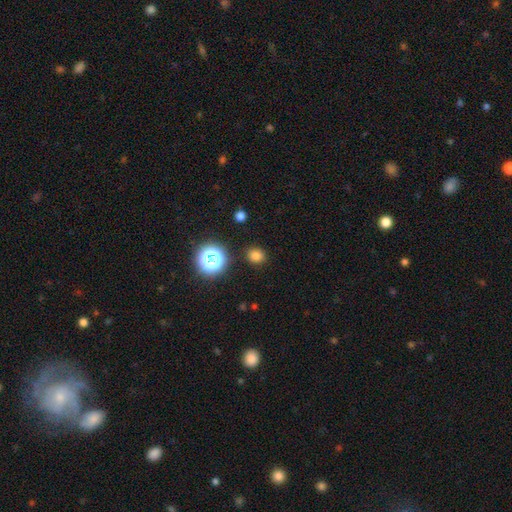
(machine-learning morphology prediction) Smooth or featured? smooth (77%)
How rounded? round (74%)
Merging? none (88%)